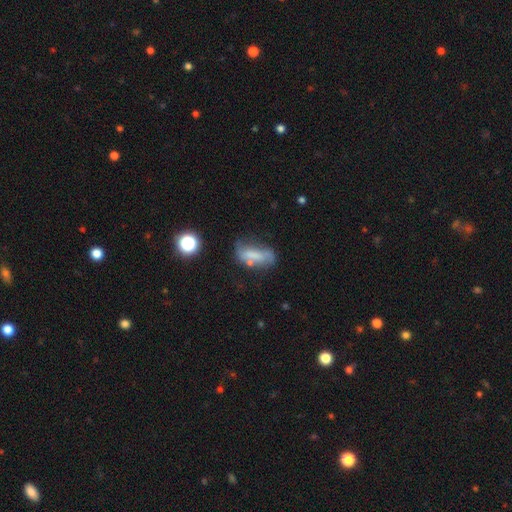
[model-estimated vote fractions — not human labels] Q: Smooth or featured?
A: smooth (53%); runner-up: featured or disk (35%)
Q: How rounded?
A: in between (70%); runner-up: cigar-shaped (25%)
Q: Merging?
A: none (40%); runner-up: minor disturbance (30%)